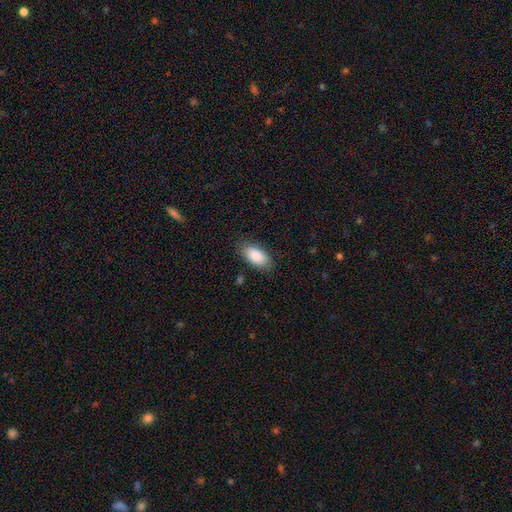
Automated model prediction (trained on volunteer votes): Smooth or featured?
  - smooth: 88% *
  - star or artifact: 6%
  - featured or disk: 6%
How rounded?
  - in between: 93% *
  - cigar-shaped: 5%
  - round: 2%
Merging?
  - none: 85% *
  - minor disturbance: 11%
  - major disturbance: 3%
  - merger: 1%